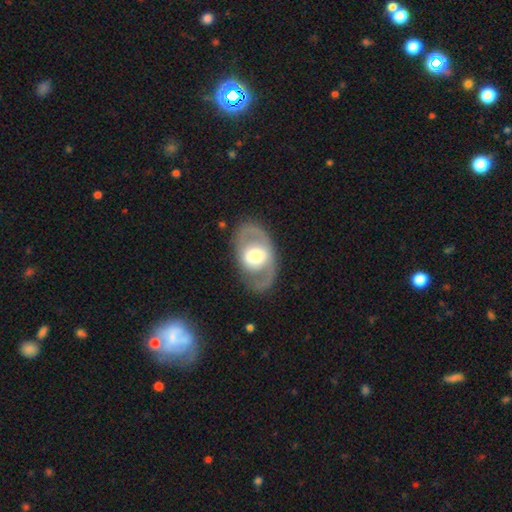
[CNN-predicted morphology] A featured or disk galaxy (65%) with no bar (60%), no spiral arms (53%) and a moderate central bulge (51%).

Vote fractions:
- Smooth or featured? featured or disk: 65% / smooth: 30% / star or artifact: 5%
- Edge-on disk? no: 93% / yes: 7%
- Bar? no: 60% / weak: 27% / strong: 13%
- Spiral arms? no: 53% / yes: 47%
- Bulge size? moderate: 51% / large: 35% / small: 8% / dominant: 5% / none: 1%
- Merging? none: 78% / minor disturbance: 13% / major disturbance: 8% / merger: 1%